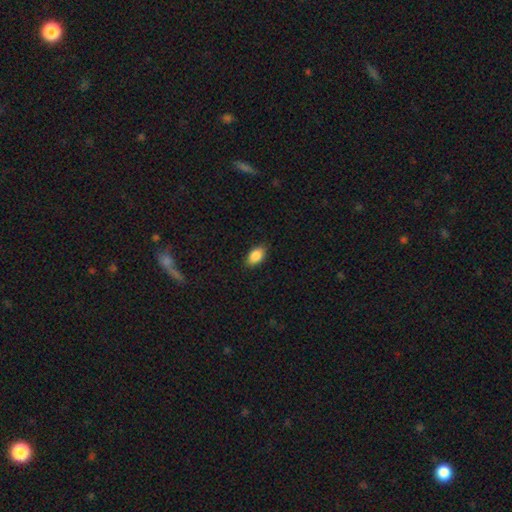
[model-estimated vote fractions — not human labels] A smooth galaxy with no disk features (88%) that is in between round and cigar-shaped (91%). Merging: none (87%).